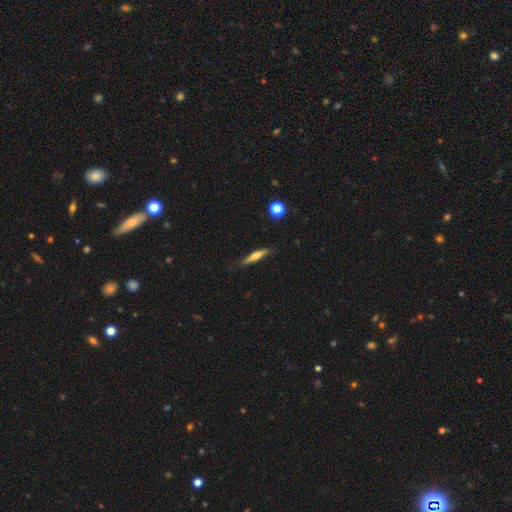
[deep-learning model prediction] smooth-or-featured: smooth: 51% | featured or disk: 42% | star or artifact: 7%
  how-rounded: cigar-shaped: 87% | in between: 11% | round: 2%
  merging: none: 84% | minor disturbance: 13% | major disturbance: 2% | merger: 2%